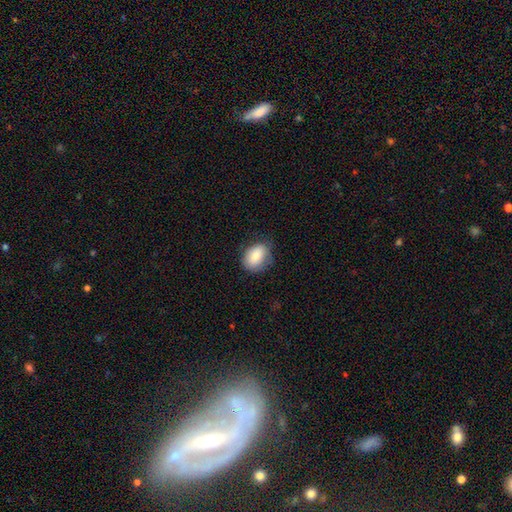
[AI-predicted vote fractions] Smooth or featured?
  - smooth: 80% *
  - featured or disk: 13%
  - star or artifact: 7%
How rounded?
  - in between: 75% *
  - round: 24%
  - cigar-shaped: 1%
Merging?
  - none: 66% *
  - minor disturbance: 25%
  - major disturbance: 8%
  - merger: 1%